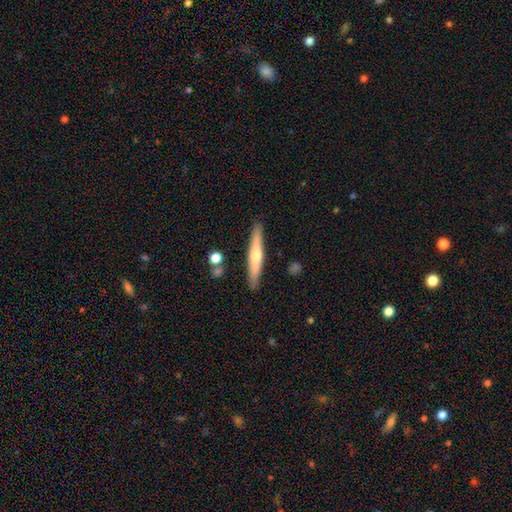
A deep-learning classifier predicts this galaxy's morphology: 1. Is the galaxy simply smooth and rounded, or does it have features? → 53% featured or disk, 41% smooth, 6% star or artifact.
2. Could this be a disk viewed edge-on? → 95% yes, 5% no.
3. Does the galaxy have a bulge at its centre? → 80% rounded, 17% none, 4% boxy.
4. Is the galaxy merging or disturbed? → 89% none, 7% minor disturbance, 2% merger, 1% major disturbance.